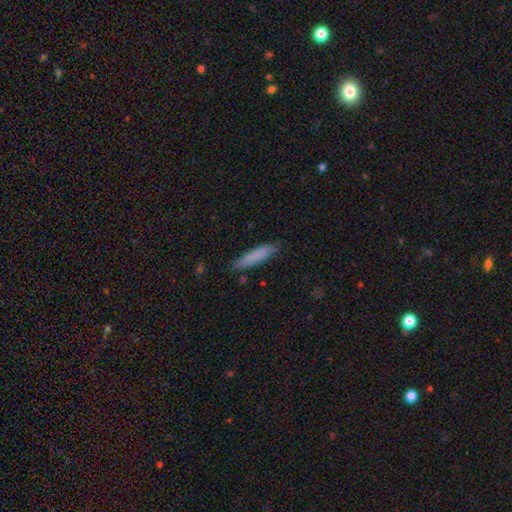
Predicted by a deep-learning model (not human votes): A smooth galaxy with no disk features (82%) that is cigar-shaped (88%).

Vote fractions:
- Smooth or featured? smooth: 82% / featured or disk: 12% / star or artifact: 6%
- How rounded? cigar-shaped: 88% / in between: 11% / round: 1%
- Merging? none: 85% / minor disturbance: 11% / major disturbance: 2% / merger: 2%